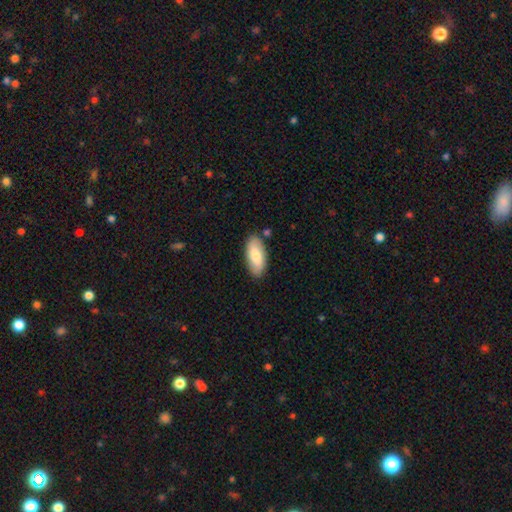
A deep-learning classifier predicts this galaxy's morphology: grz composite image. It shows a smooth galaxy with no disk features (77%) that is in between round and cigar-shaped (88%). Merging: none (83%).